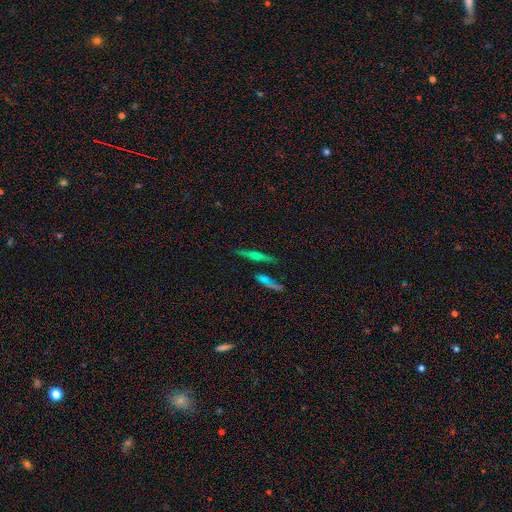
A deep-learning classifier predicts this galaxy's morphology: Smooth or featured? Predicted: featured or disk (p=0.61). Edge-on disk? Predicted: yes (p=0.95). Edge-on bulge? Predicted: rounded (p=0.68). Merging? Predicted: none (p=0.78).